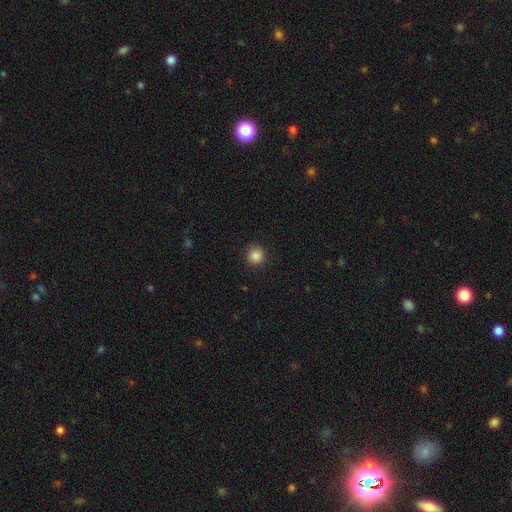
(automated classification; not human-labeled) This appears to be a smooth galaxy with no disk features (87%) that is round (94%). Merging: none (91%).